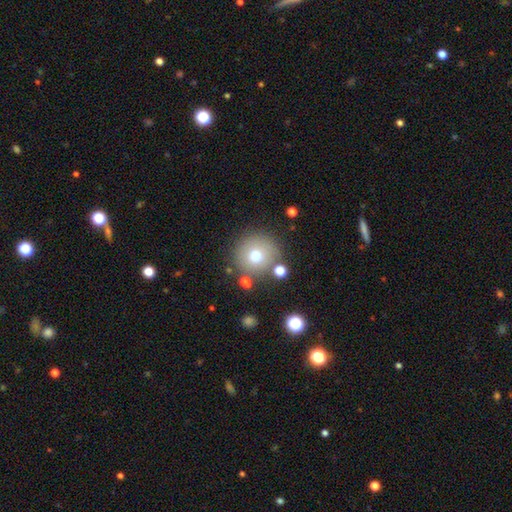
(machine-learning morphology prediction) Overall: smooth (71%). How rounded: round (94%). Merging: none (79%).